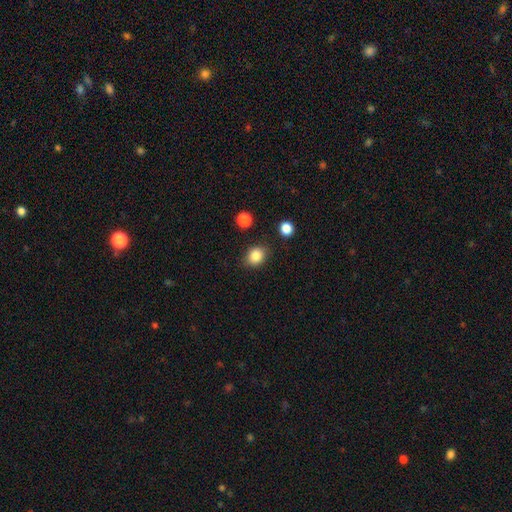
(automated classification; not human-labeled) smooth 85%, star or artifact 10%, featured or disk 5%. Down the decision tree: how rounded — round (56%); merging — none (83%).